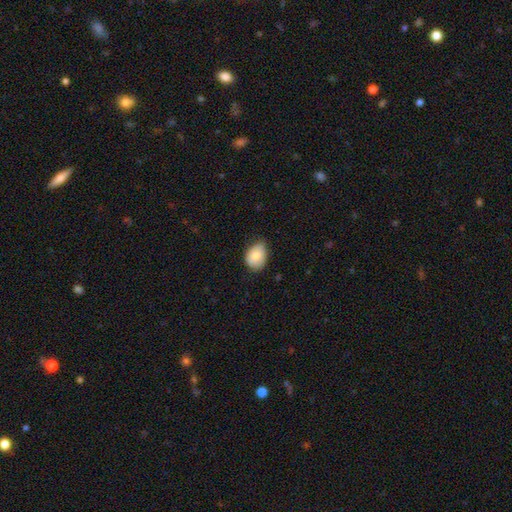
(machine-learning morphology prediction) Smooth or featured? Predicted: smooth (p=0.80). How rounded? Predicted: in between (p=0.67). Merging? Predicted: none (p=0.53).